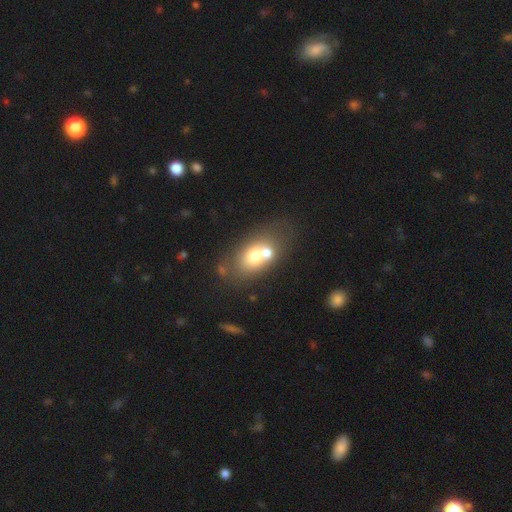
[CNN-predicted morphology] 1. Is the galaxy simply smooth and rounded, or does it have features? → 62% smooth, 28% featured or disk, 11% star or artifact.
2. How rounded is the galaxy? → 77% in between, 21% round, 2% cigar-shaped.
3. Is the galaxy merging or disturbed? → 50% merger, 33% none, 11% minor disturbance, 6% major disturbance.